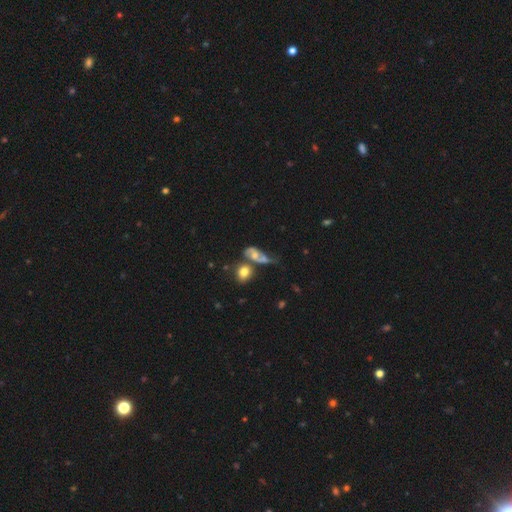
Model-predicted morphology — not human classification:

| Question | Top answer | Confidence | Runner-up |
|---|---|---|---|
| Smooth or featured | featured or disk | 51% | smooth (38%) |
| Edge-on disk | no | 93% | yes (7%) |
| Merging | merger | 33% | none (27%) |